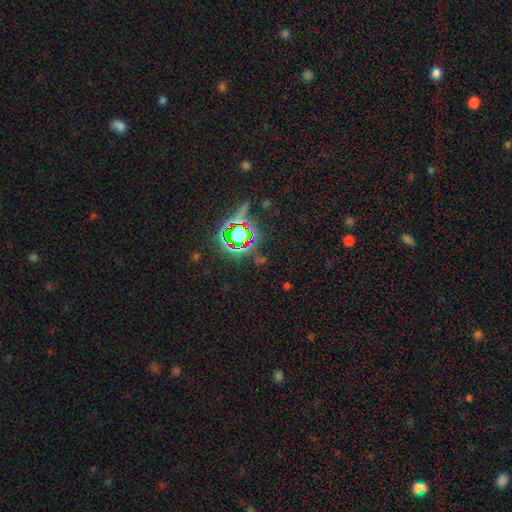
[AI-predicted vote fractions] Smooth or featured?
  - star or artifact: 80% *
  - smooth: 12%
  - featured or disk: 9%